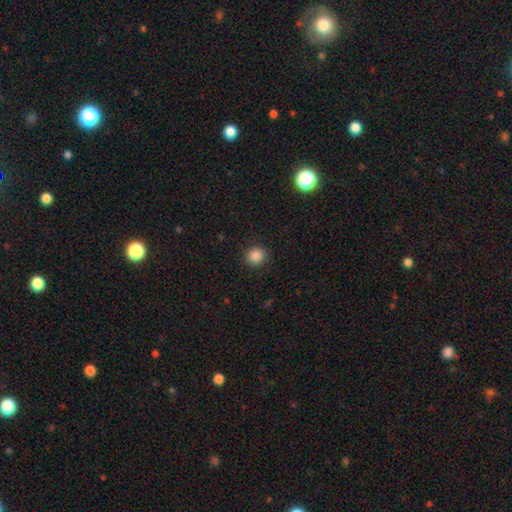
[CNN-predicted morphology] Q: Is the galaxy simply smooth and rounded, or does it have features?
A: smooth — 86%.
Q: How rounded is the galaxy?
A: round — 86%.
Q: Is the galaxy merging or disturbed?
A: none — 91%.